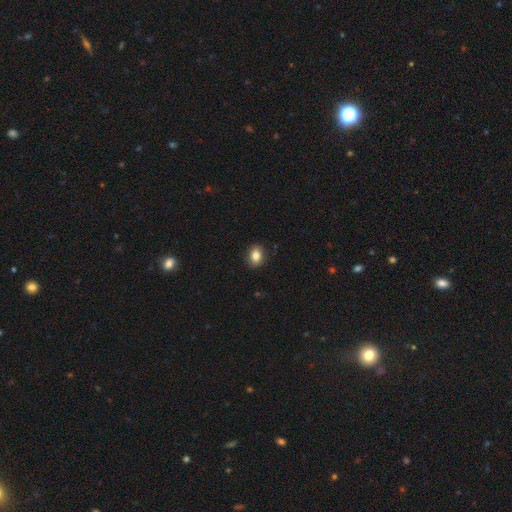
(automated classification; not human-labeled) Smooth or featured? smooth (84%)
How rounded? in between (60%)
Merging? none (89%)